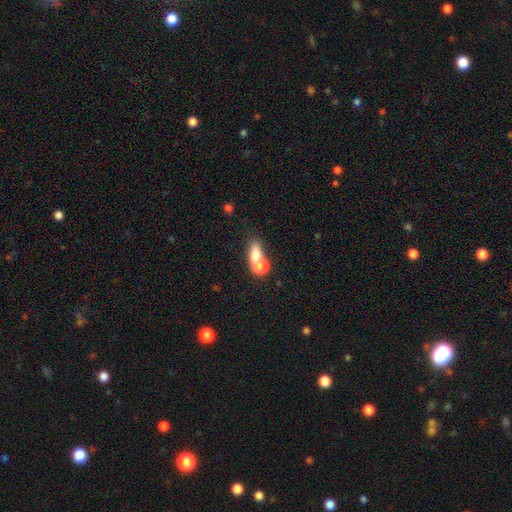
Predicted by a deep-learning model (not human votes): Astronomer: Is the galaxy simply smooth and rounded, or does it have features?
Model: smooth — 71%.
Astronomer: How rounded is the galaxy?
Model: in between — 56% (runner-up: round, 38%).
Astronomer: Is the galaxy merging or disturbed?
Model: merger — 62%.